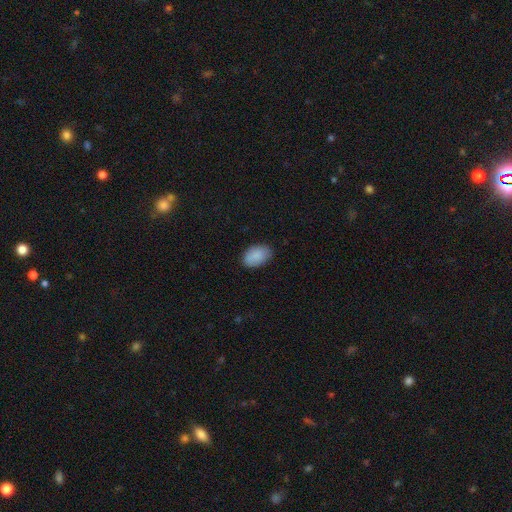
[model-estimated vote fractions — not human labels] Smooth or featured?
  - smooth: 88% *
  - star or artifact: 7%
  - featured or disk: 5%
How rounded?
  - in between: 90% *
  - round: 8%
  - cigar-shaped: 1%
Merging?
  - none: 82% *
  - minor disturbance: 14%
  - major disturbance: 3%
  - merger: 1%